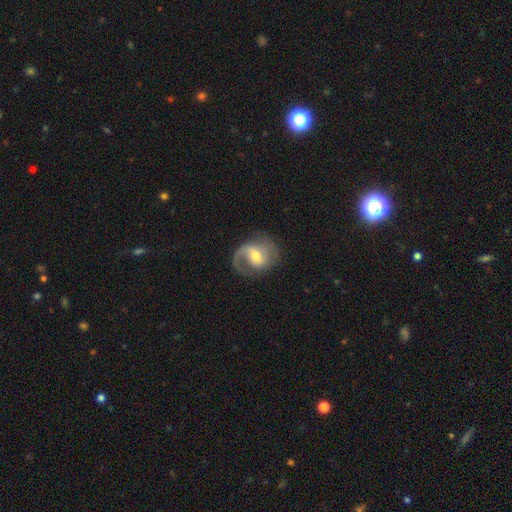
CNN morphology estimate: type=featured or disk (82%); edge-on=no (97%); bar=weak (49%); spiral arms=yes (94%); winding=medium (47%); arm count=2 (52%); bulge=moderate (58%); merging=none (65%).